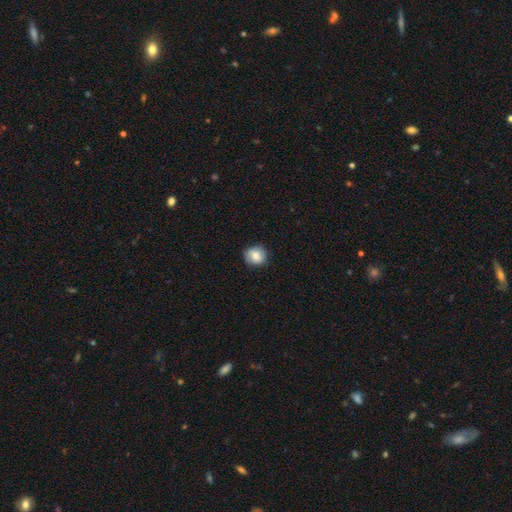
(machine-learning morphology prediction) Q: Smooth or featured?
A: smooth (74%); runner-up: featured or disk (17%)
Q: How rounded?
A: round (87%); runner-up: in between (12%)
Q: Merging?
A: none (81%); runner-up: minor disturbance (14%)